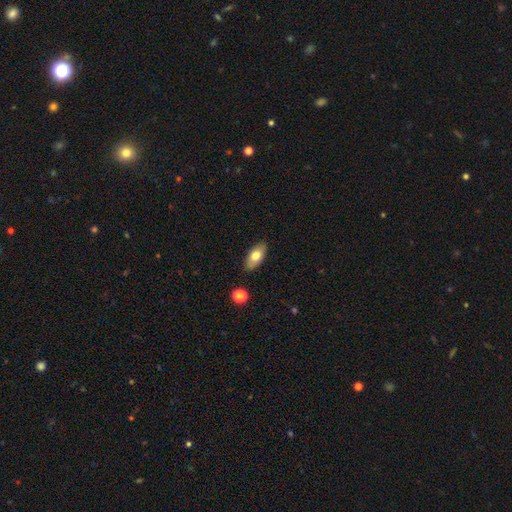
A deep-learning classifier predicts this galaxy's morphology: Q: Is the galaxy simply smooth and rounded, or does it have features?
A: smooth — 72%.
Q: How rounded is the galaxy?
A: in between — 89%.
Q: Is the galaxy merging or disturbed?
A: none — 85%.